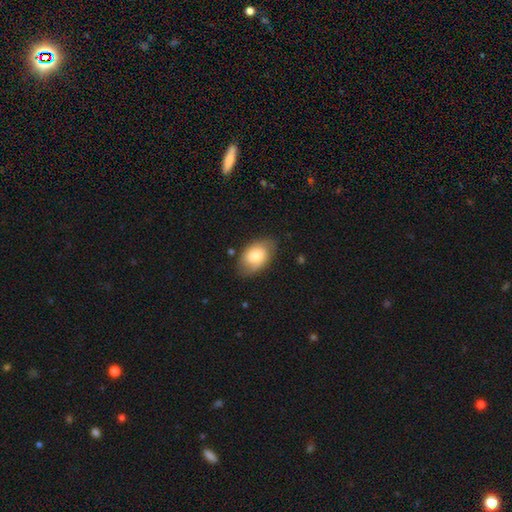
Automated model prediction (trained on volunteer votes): This is likely a smooth galaxy (66%). How rounded: clearly in between (89%). Merging: likely none (74%).